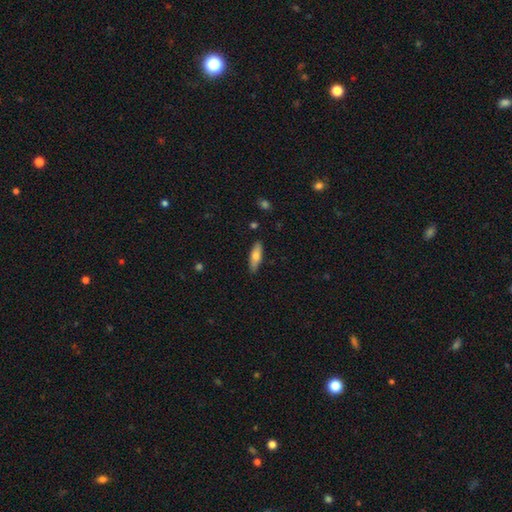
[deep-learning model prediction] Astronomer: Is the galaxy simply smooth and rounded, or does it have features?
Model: smooth — 68%.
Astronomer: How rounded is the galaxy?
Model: in between — 52% (runner-up: cigar-shaped, 46%).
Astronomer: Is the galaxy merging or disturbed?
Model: none — 88%.